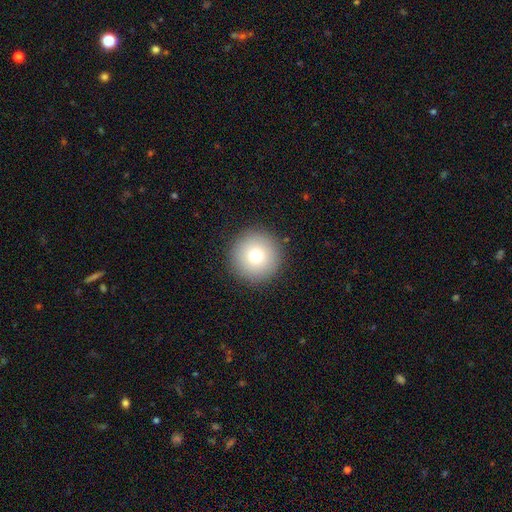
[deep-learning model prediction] A smooth galaxy with no disk features (76%) that is round (97%).

Vote fractions:
- Smooth or featured? smooth: 76% / featured or disk: 12% / star or artifact: 12%
- How rounded? round: 97% / in between: 2% / cigar-shaped: 1%
- Merging? none: 92% / minor disturbance: 5% / major disturbance: 2% / merger: 1%